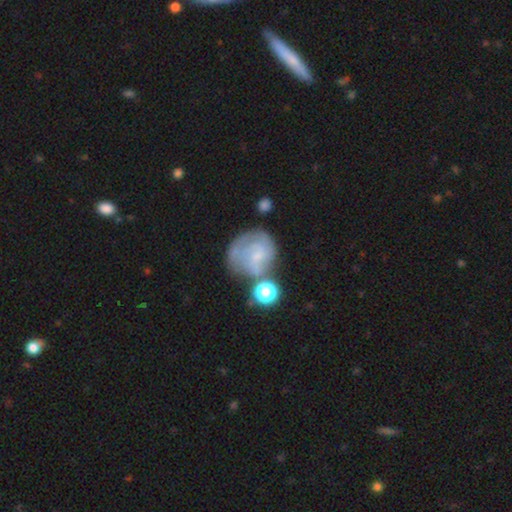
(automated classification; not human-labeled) Smooth or featured? featured or disk (55%)
Edge-on disk? no (97%)
Bar? no (63%)
Spiral arms? yes (69%)
Bulge size? small (50%)
Merging? none (42%)